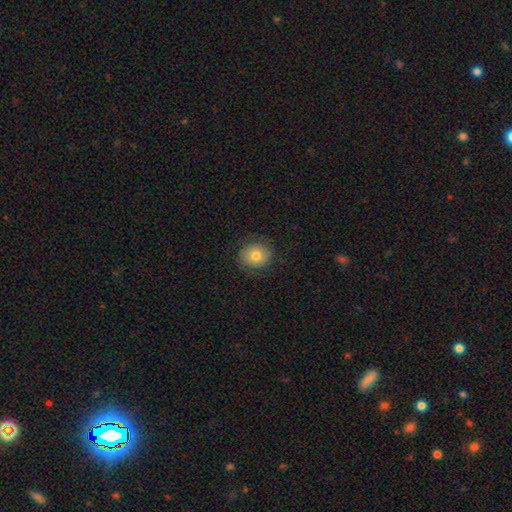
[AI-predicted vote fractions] The model was most divided on "smooth or featured": smooth: 73%, featured or disk: 18%, star or artifact: 9%. More confident: how rounded — round (80%); merging — none (79%).